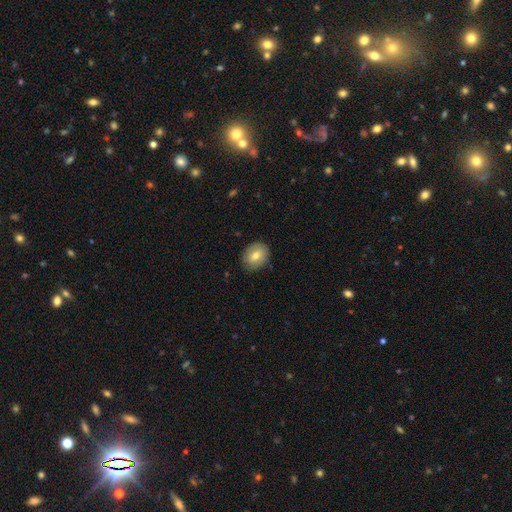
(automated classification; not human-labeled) Smooth or featured? Predicted: smooth (p=0.69). How rounded? Predicted: round (p=0.51). Merging? Predicted: none (p=0.82).